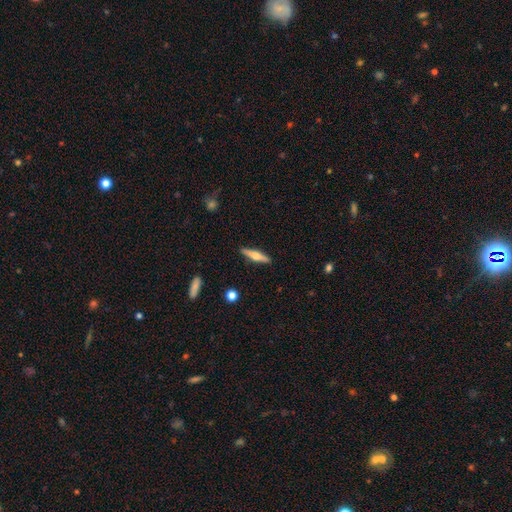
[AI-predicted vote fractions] smooth-or-featured: featured or disk: 56% | smooth: 38% | star or artifact: 6%
  disk-edge-on: yes: 96% | no: 4%
    edge-on-bulge: rounded: 90% | boxy: 6% | none: 4%
  merging: none: 89% | minor disturbance: 8% | major disturbance: 2% | merger: 1%